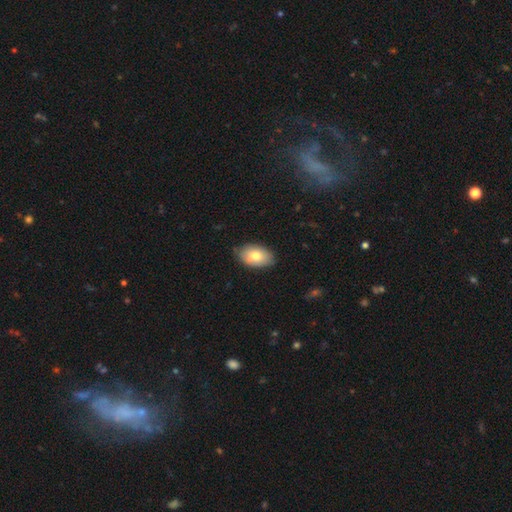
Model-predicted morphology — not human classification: smooth-or-featured: smooth: 76% | featured or disk: 17% | star or artifact: 7%
  how-rounded: in between: 91% | round: 8% | cigar-shaped: 1%
  merging: none: 80% | minor disturbance: 16% | major disturbance: 2% | merger: 1%